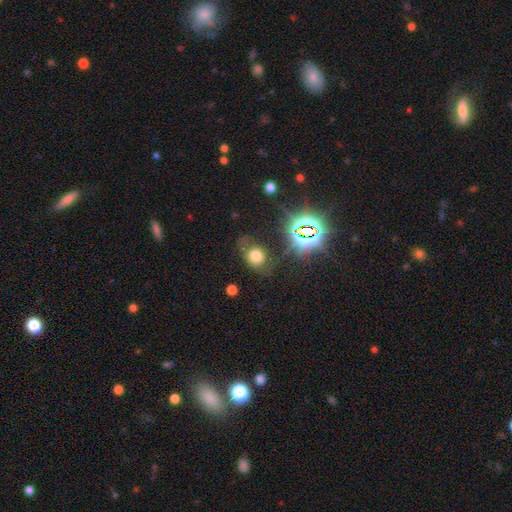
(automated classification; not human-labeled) Q: Smooth or featured?
A: smooth (64%); runner-up: star or artifact (22%)
Q: How rounded?
A: round (56%); runner-up: in between (43%)
Q: Merging?
A: none (50%); runner-up: minor disturbance (25%)